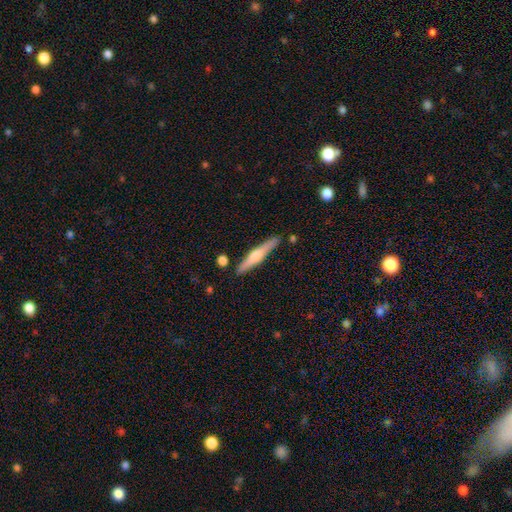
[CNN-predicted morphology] Smooth or featured?
  - featured or disk: 59% *
  - smooth: 35%
  - star or artifact: 5%
Edge-on disk?
  - yes: 97% *
  - no: 3%
Edge-on bulge?
  - rounded: 87% *
  - boxy: 7%
  - none: 6%
Merging?
  - none: 88% *
  - minor disturbance: 8%
  - merger: 3%
  - major disturbance: 2%